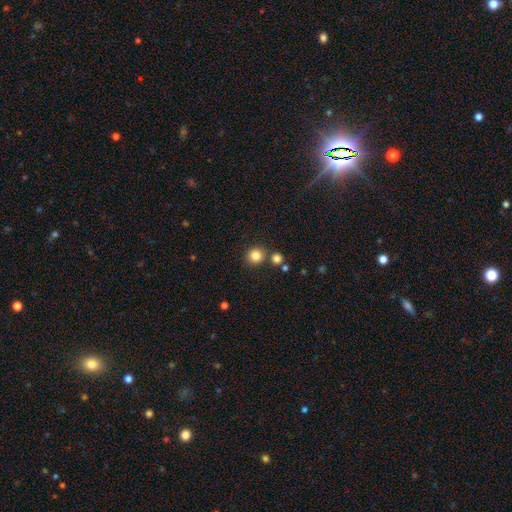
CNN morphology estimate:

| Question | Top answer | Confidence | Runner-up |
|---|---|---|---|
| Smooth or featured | smooth | 83% | star or artifact (12%) |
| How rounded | round | 91% | in between (8%) |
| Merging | none | 82% | merger (9%) |